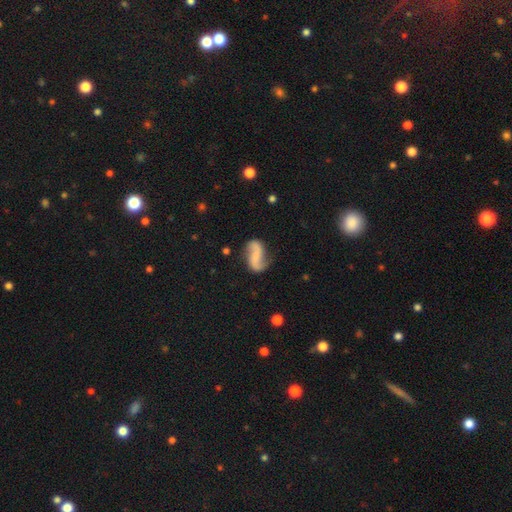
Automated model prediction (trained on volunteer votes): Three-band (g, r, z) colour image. It shows a featured or disk galaxy (79%) with no bar (44%), 2 (93%) loose (77%) spiral arms (95%) and no central bulge (54%). Merging: none (74%).